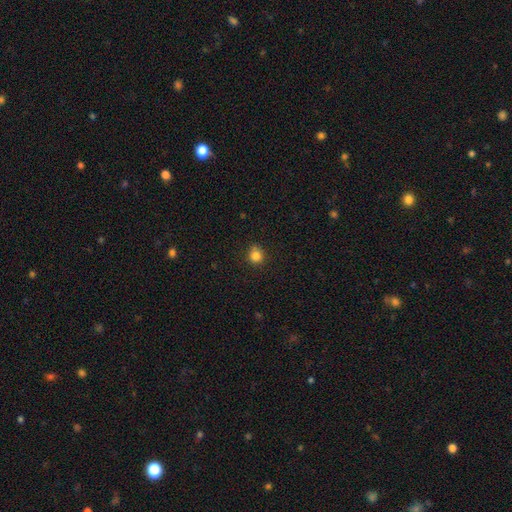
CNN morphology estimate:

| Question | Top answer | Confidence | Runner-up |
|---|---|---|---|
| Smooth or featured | smooth | 84% | star or artifact (12%) |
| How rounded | round | 85% | in between (14%) |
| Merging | none | 80% | minor disturbance (15%) |